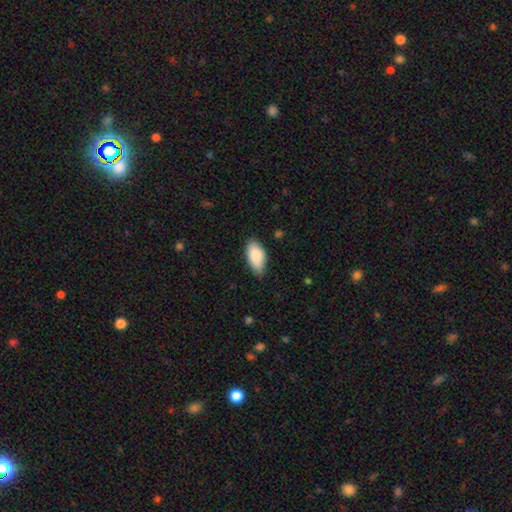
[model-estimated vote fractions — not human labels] Smooth or featured? Predicted: smooth (p=0.87). How rounded? Predicted: in between (p=0.93). Merging? Predicted: none (p=0.79).